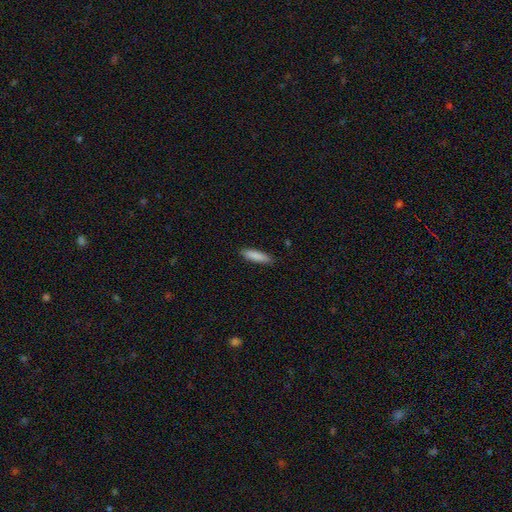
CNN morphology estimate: smooth_or_featured: smooth (p=0.88) [alt: featured or disk p=0.06]
how_rounded: cigar-shaped (p=0.68) [alt: in between p=0.31]
merging: none (p=0.87) [alt: minor disturbance p=0.10]